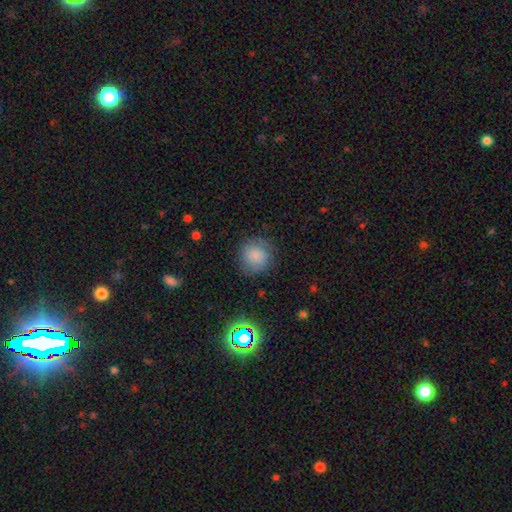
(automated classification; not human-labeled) Smooth or featured?
  - smooth: 80% *
  - star or artifact: 10%
  - featured or disk: 10%
How rounded?
  - round: 89% *
  - in between: 10%
  - cigar-shaped: 1%
Merging?
  - none: 77% *
  - minor disturbance: 16%
  - major disturbance: 6%
  - merger: 1%